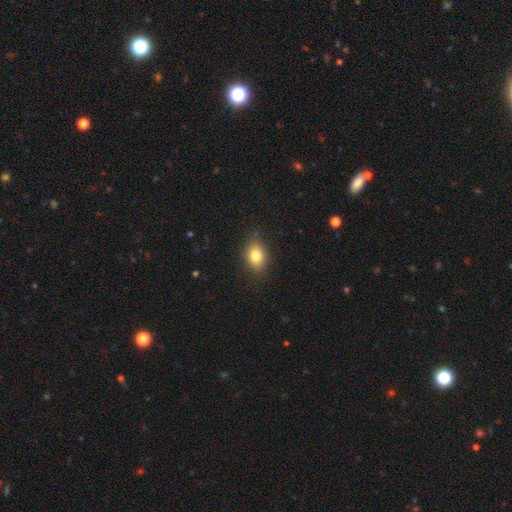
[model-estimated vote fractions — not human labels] This appears to be a smooth galaxy with no disk features (81%) that is in between round and cigar-shaped (72%). Merging: none (85%).